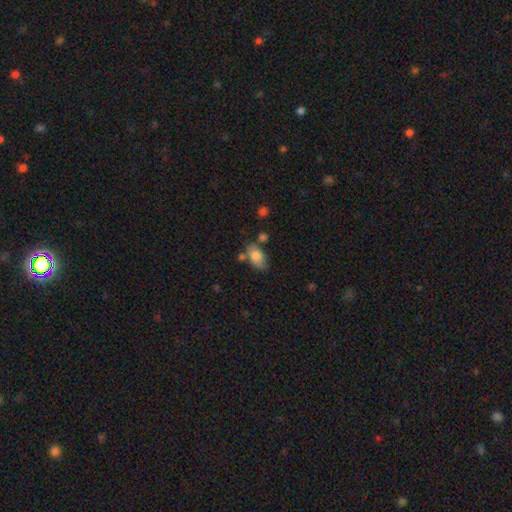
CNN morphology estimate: smooth-or-featured: smooth: 81% | featured or disk: 11% | star or artifact: 8%
  how-rounded: in between: 91% | round: 6% | cigar-shaped: 3%
  merging: none: 63% | minor disturbance: 20% | merger: 12% | major disturbance: 6%